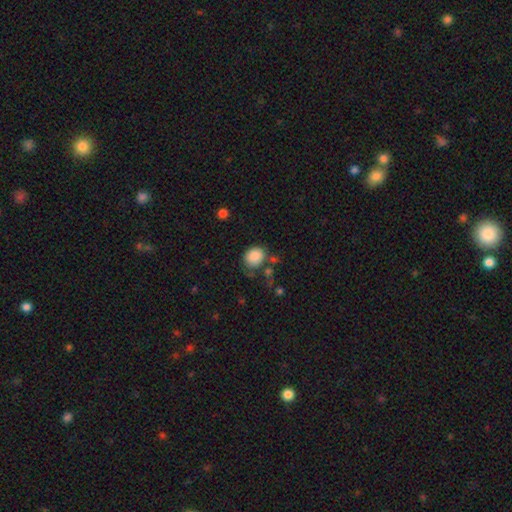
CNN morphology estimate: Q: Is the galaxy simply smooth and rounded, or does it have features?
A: smooth — 86%.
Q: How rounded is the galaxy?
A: round — 59%.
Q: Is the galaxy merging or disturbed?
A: none — 61%.